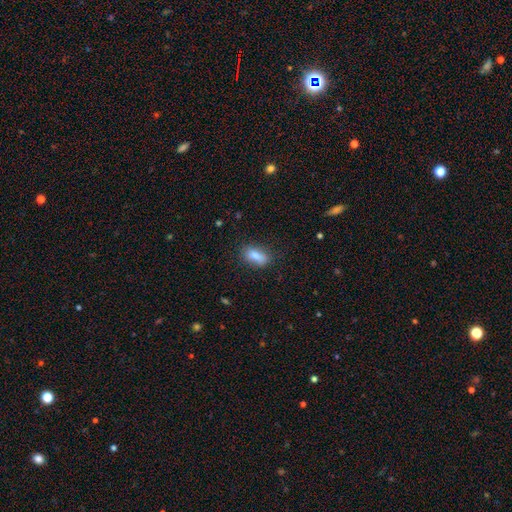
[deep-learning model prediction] smooth-or-featured: smooth: 79% | featured or disk: 12% | star or artifact: 9%
  how-rounded: in between: 81% | cigar-shaped: 11% | round: 8%
  merging: none: 67% | minor disturbance: 21% | major disturbance: 6% | merger: 6%